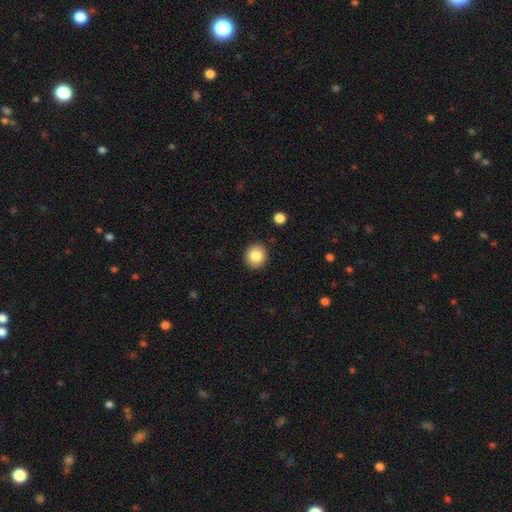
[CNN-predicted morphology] Q: Smooth or featured?
A: smooth (85%); runner-up: star or artifact (9%)
Q: How rounded?
A: round (89%); runner-up: in between (10%)
Q: Merging?
A: none (91%); runner-up: minor disturbance (6%)